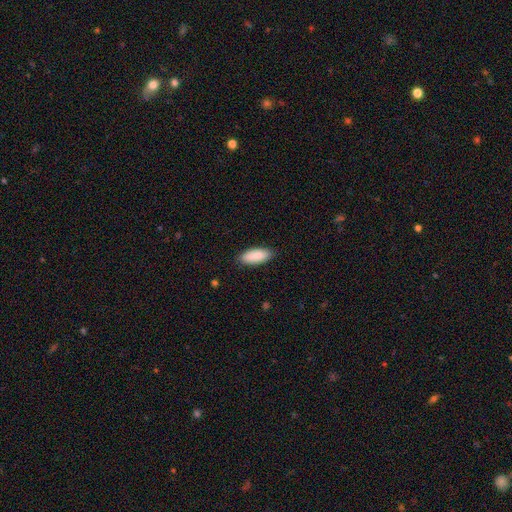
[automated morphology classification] Smooth or featured? Predicted: smooth (p=0.88). How rounded? Predicted: in between (p=0.85). Merging? Predicted: none (p=0.86).